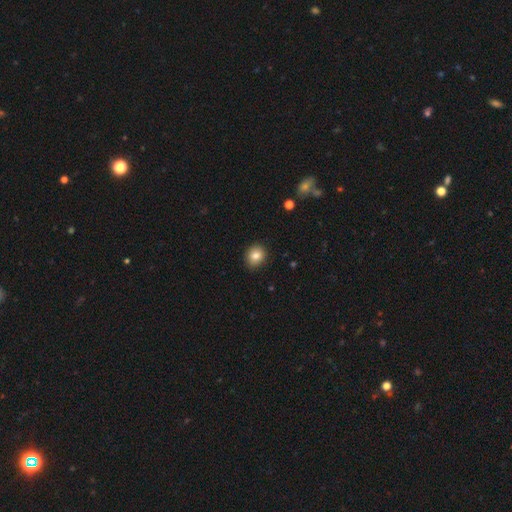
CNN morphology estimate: Smooth or featured? smooth (83%)
How rounded? round (77%)
Merging? none (89%)